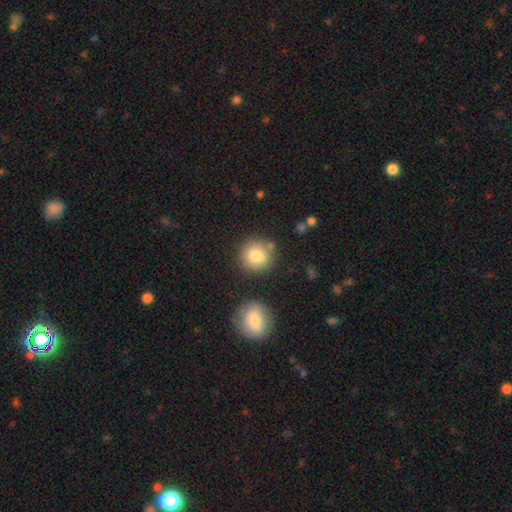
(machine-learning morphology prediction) Q: Smooth or featured?
A: smooth (83%); runner-up: star or artifact (9%)
Q: How rounded?
A: round (93%); runner-up: in between (6%)
Q: Merging?
A: none (80%); runner-up: minor disturbance (9%)